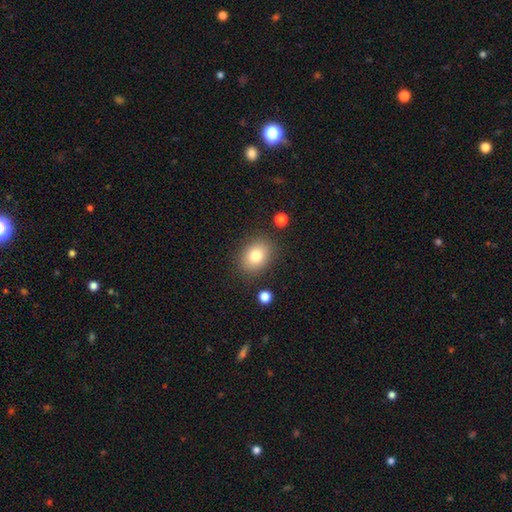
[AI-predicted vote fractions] This appears to be a smooth galaxy with no disk features (81%) that is in between round and cigar-shaped (57%). Merging: none (83%).